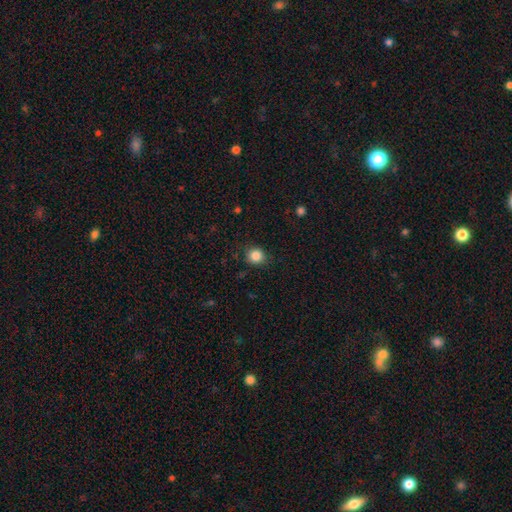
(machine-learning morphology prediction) type=smooth (85%); roundness=round (84%); merging=none (84%).